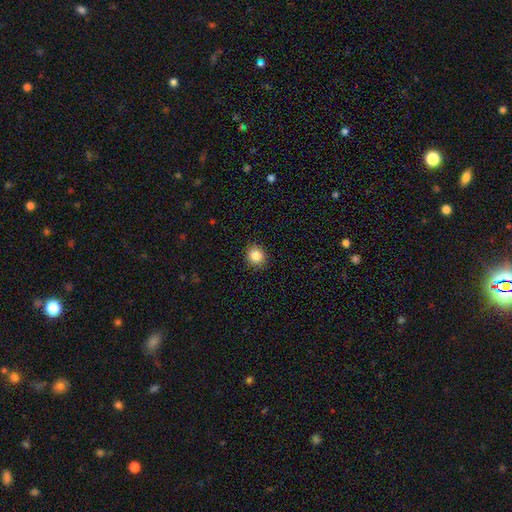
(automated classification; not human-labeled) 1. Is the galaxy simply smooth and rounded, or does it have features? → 85% smooth, 10% star or artifact, 5% featured or disk.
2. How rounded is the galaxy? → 86% round, 13% in between, 1% cigar-shaped.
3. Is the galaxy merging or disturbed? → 91% none, 7% minor disturbance, 2% major disturbance, 1% merger.